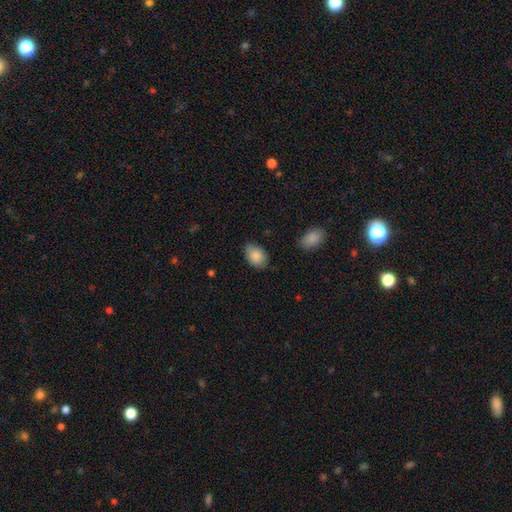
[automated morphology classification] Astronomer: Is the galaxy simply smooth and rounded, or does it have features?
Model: smooth — 87%.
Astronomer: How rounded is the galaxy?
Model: in between — 85%.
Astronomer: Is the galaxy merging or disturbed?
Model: none — 79%.